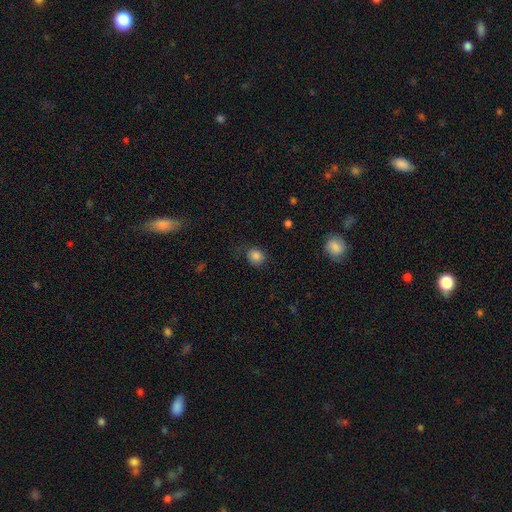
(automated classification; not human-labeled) This appears to be a smooth galaxy with no disk features (84%) that is round (74%). Merging: none (73%).